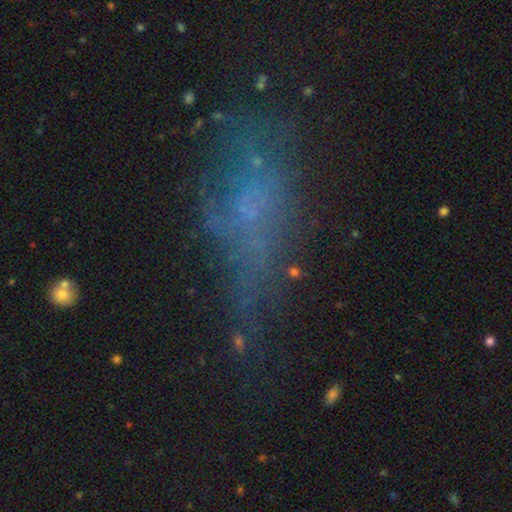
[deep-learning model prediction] This is marginally a featured or disk galaxy (40%). Merging: marginally none (36%).